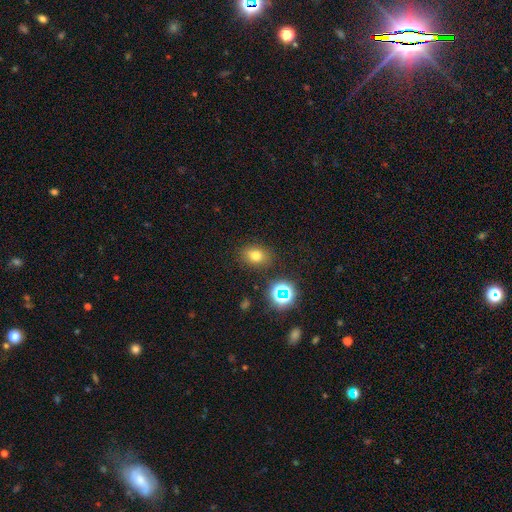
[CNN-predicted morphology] Smooth or featured? smooth (71%)
How rounded? in between (59%)
Merging? none (83%)